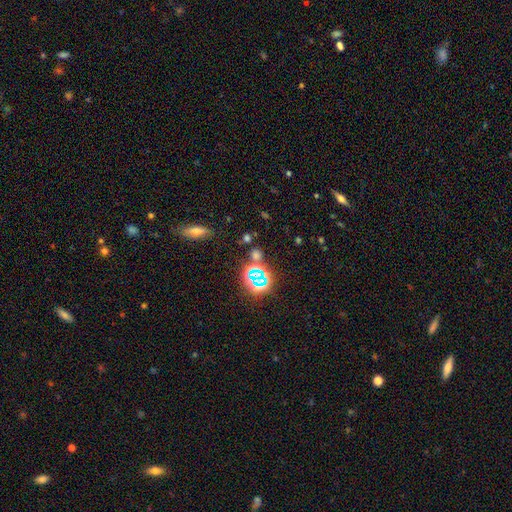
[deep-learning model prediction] A star or artifact, not a galaxy (55%).

Vote fractions:
- Smooth or featured? star or artifact: 55% / smooth: 37% / featured or disk: 8%